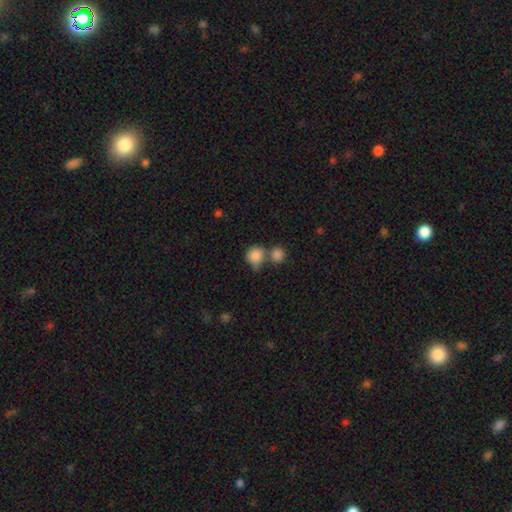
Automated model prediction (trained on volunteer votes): A smooth galaxy with no disk features (85%) that is round (84%).

Vote fractions:
- Smooth or featured? smooth: 85% / star or artifact: 8% / featured or disk: 6%
- How rounded? round: 84% / in between: 15% / cigar-shaped: 1%
- Merging? merger: 43% / none: 41% / minor disturbance: 12% / major disturbance: 5%